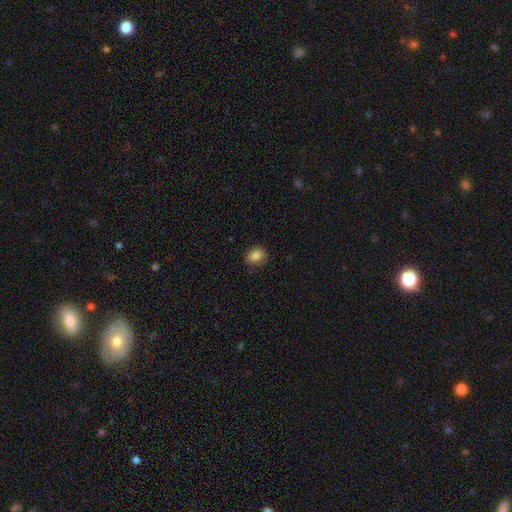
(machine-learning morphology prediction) Smooth or featured?
  - smooth: 85% *
  - star or artifact: 10%
  - featured or disk: 5%
How rounded?
  - in between: 55% *
  - round: 44%
  - cigar-shaped: 1%
Merging?
  - none: 81% *
  - minor disturbance: 15%
  - major disturbance: 3%
  - merger: 1%